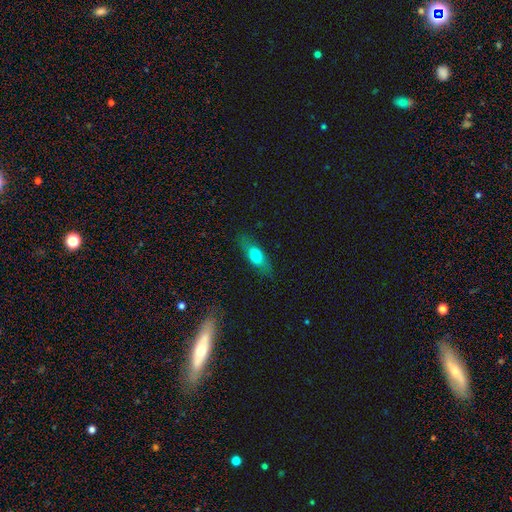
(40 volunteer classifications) smooth_or_featured: smooth (p=0.60) [alt: featured or disk p=0.35]
how_rounded: in between (p=0.79) [alt: cigar-shaped p=0.21]
merging: none (p=0.92) [alt: minor disturbance p=0.05]